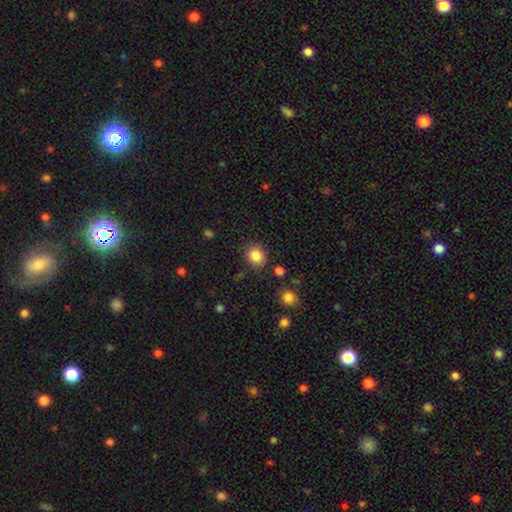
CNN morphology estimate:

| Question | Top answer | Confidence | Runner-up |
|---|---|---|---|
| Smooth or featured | smooth | 85% | star or artifact (10%) |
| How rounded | round | 78% | in between (21%) |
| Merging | none | 85% | minor disturbance (9%) |